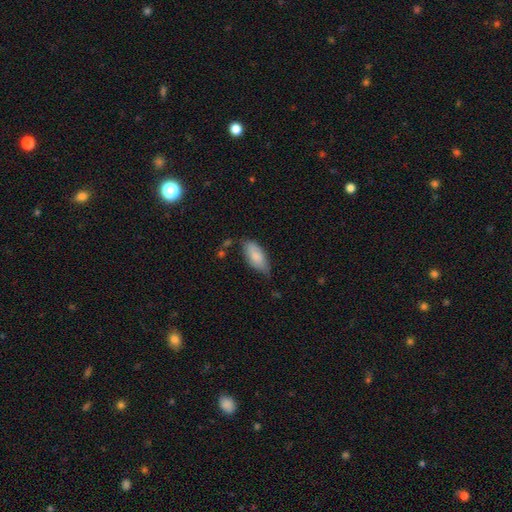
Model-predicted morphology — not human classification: Q: Smooth or featured?
A: smooth (81%); runner-up: featured or disk (13%)
Q: How rounded?
A: in between (85%); runner-up: cigar-shaped (13%)
Q: Merging?
A: none (58%); runner-up: minor disturbance (33%)